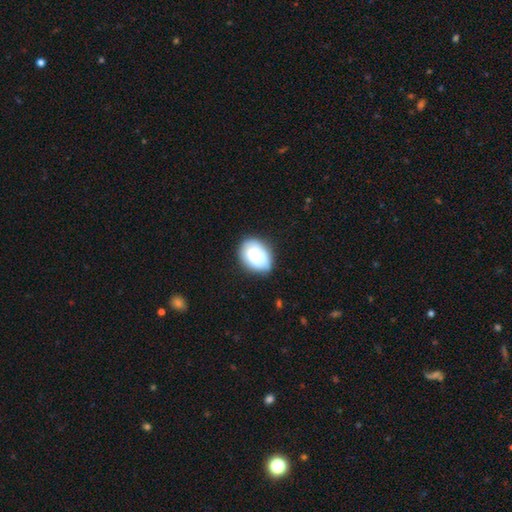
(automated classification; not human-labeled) smooth-or-featured: smooth: 75% | featured or disk: 17% | star or artifact: 7%
  how-rounded: in between: 70% | round: 29% | cigar-shaped: 1%
  merging: none: 69% | minor disturbance: 22% | major disturbance: 5% | merger: 3%